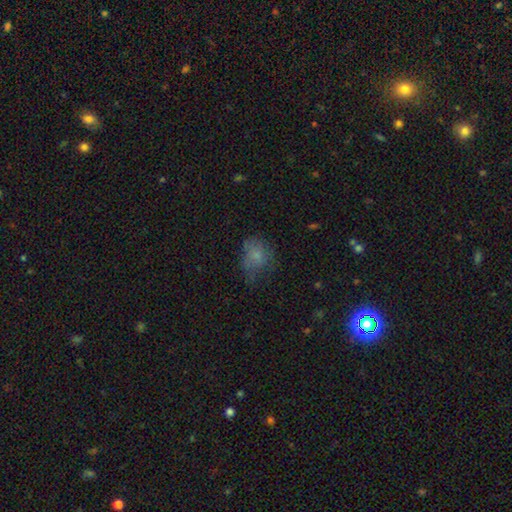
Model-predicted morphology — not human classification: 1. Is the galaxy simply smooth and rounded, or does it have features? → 67% smooth, 19% featured or disk, 14% star or artifact.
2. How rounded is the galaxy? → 50% round, 49% in between, 1% cigar-shaped.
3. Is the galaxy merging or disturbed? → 40% none, 29% minor disturbance, 28% major disturbance, 2% merger.